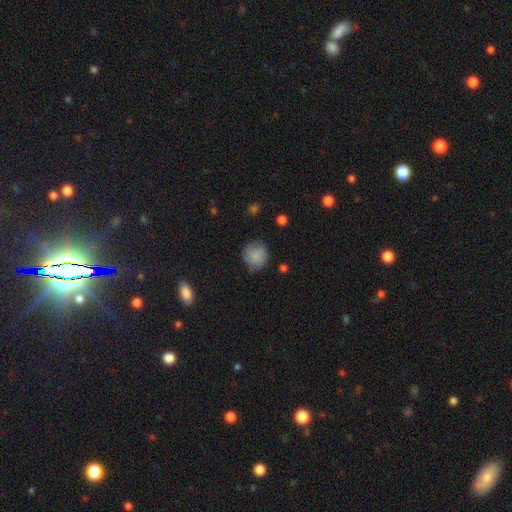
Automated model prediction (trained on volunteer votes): A smooth galaxy with no disk features (84%) that is round (90%).

Vote fractions:
- Smooth or featured? smooth: 84% / featured or disk: 8% / star or artifact: 8%
- How rounded? round: 90% / in between: 9% / cigar-shaped: 1%
- Merging? none: 75% / minor disturbance: 19% / major disturbance: 4% / merger: 2%